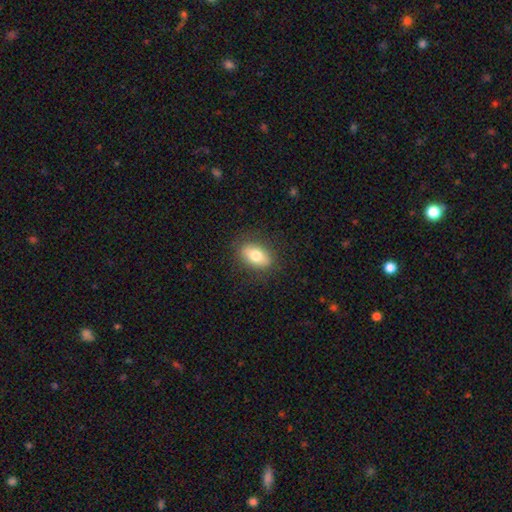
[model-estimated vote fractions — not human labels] smooth 76%, featured or disk 16%, star or artifact 8%. Down the decision tree: how rounded — in between (86%); merging — none (85%).